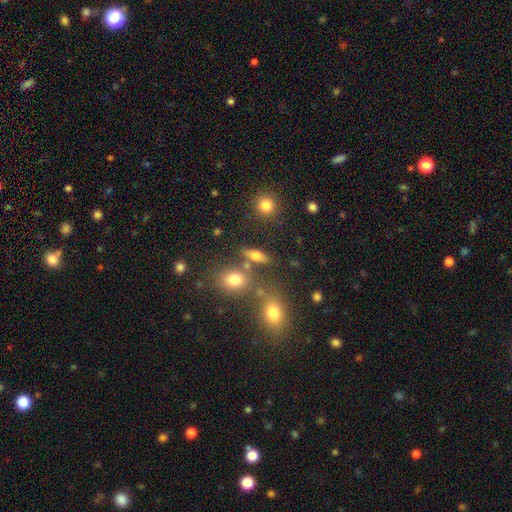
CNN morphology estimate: type=smooth (64%); roundness=in between (58%); merging=none (69%).